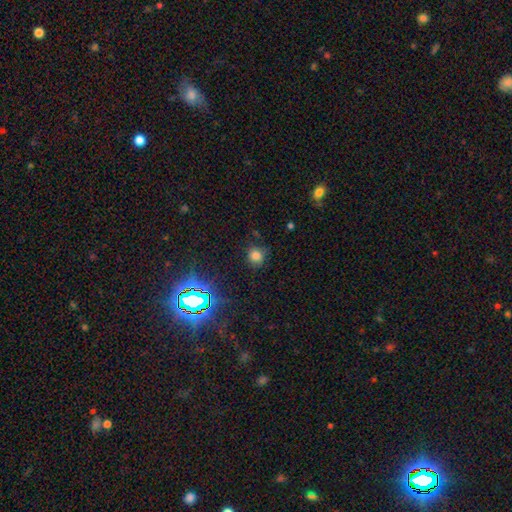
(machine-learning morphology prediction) Overall: smooth (71%). How rounded: round (84%). Merging: none (76%).